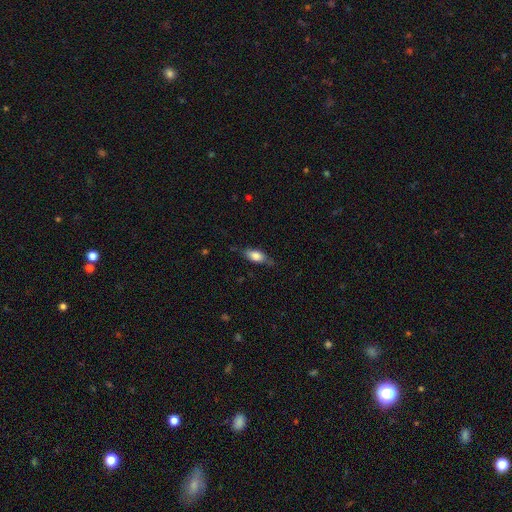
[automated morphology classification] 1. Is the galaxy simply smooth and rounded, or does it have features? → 74% smooth, 19% featured or disk, 7% star or artifact.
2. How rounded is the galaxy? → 81% in between, 16% cigar-shaped, 3% round.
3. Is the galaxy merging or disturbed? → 71% none, 22% minor disturbance, 5% major disturbance, 1% merger.